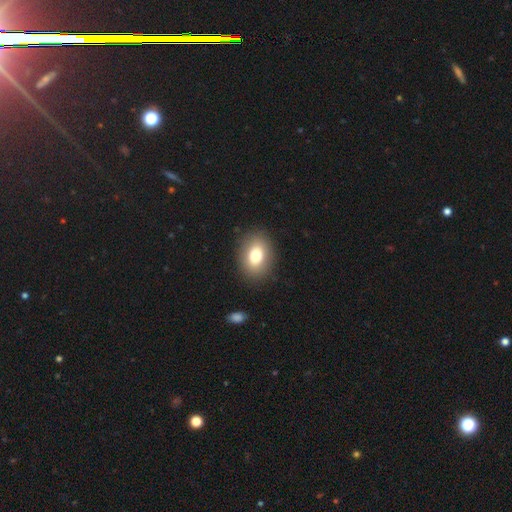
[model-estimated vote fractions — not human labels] A smooth galaxy with no disk features (76%) that is in between round and cigar-shaped (66%). Merging: none (88%).